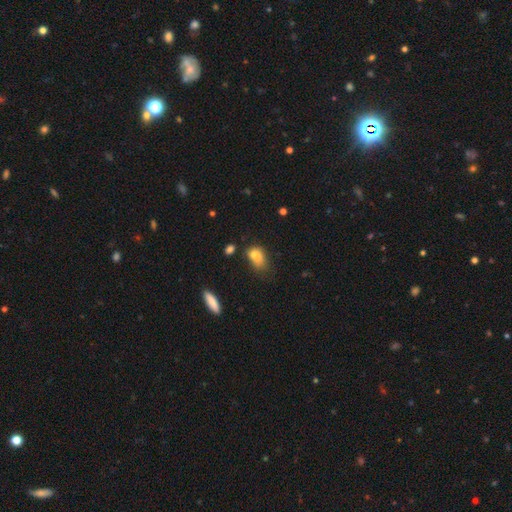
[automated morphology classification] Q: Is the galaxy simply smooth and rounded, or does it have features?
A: smooth — 78%.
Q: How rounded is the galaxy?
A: in between — 80%.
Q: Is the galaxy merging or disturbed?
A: none — 36%.